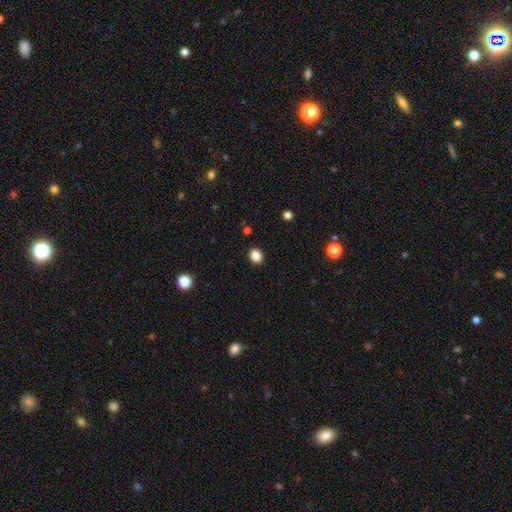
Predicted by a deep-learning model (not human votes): Smooth or featured: smooth — 86% (star or artifact — 10%)
How rounded: in between — 52% (round — 47%)
Merging: none — 90% (minor disturbance — 7%)